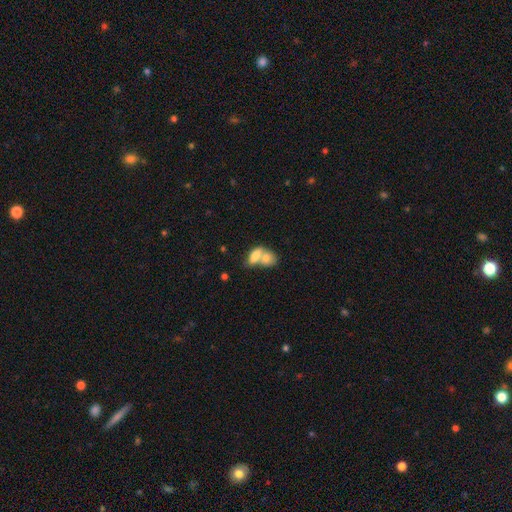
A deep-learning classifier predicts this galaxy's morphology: A smooth galaxy with no disk features (77%) that is in between round and cigar-shaped (84%).

Vote fractions:
- Smooth or featured? smooth: 77% / featured or disk: 17% / star or artifact: 7%
- How rounded? in between: 84% / round: 12% / cigar-shaped: 4%
- Merging? merger: 73% / none: 18% / minor disturbance: 6% / major disturbance: 4%